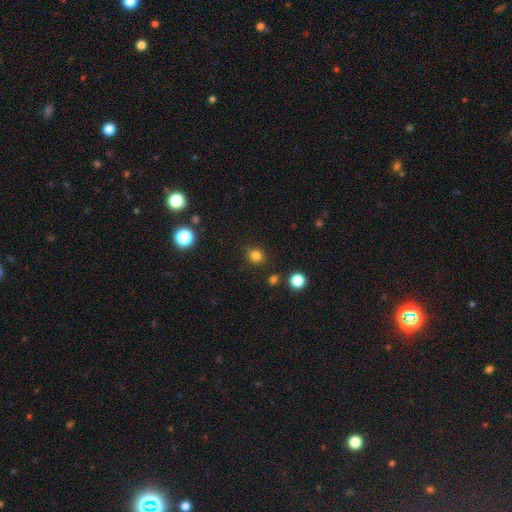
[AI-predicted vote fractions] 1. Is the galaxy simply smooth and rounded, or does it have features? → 81% smooth, 14% star or artifact, 4% featured or disk.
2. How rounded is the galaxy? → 84% round, 15% in between, 1% cigar-shaped.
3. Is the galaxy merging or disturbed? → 85% none, 9% minor disturbance, 3% major disturbance, 3% merger.